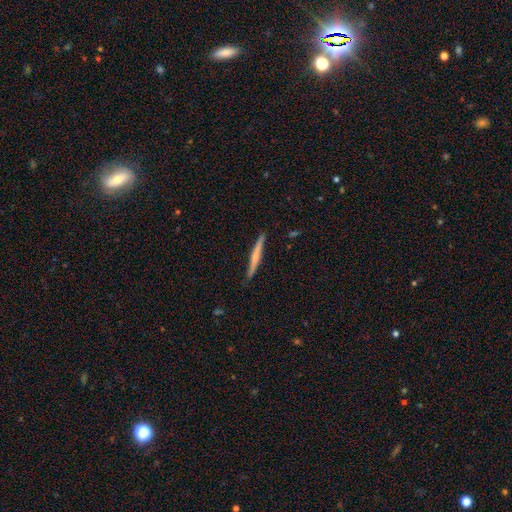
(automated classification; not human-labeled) smooth-or-featured: smooth: 48% | featured or disk: 47% | star or artifact: 5%
  merging: none: 88% | minor disturbance: 9% | major disturbance: 2% | merger: 1%